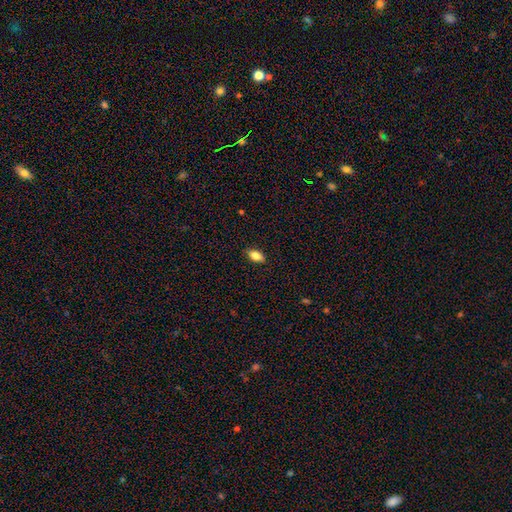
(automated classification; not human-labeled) Smooth or featured? Predicted: smooth (p=0.82). How rounded? Predicted: in between (p=0.89). Merging? Predicted: none (p=0.88).